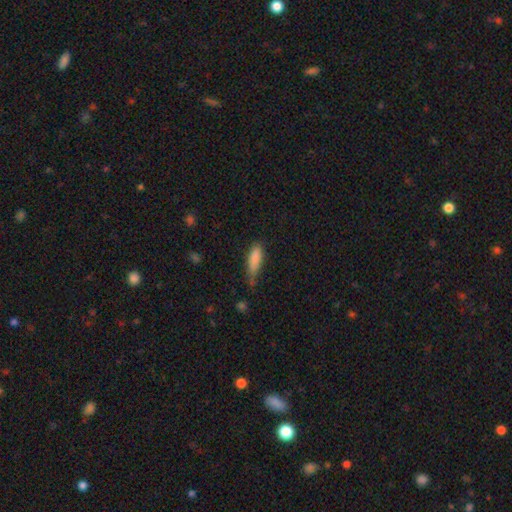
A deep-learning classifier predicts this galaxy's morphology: This is likely a smooth galaxy (67%). How rounded: likely cigar-shaped (63%). Merging: possibly none (59%).